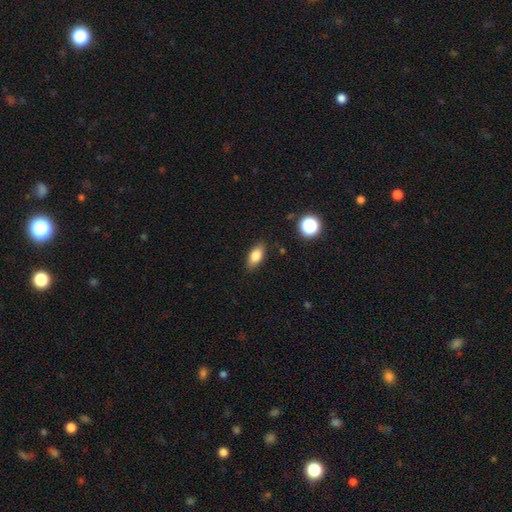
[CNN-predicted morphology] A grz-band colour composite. It shows a smooth galaxy with no disk features (81%) that is in between round and cigar-shaped (85%). Merging: none (85%).